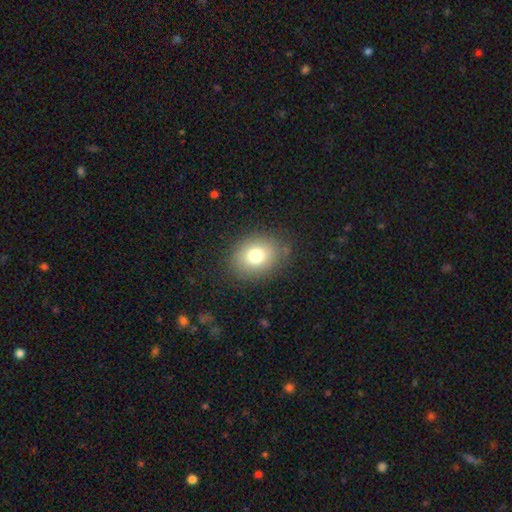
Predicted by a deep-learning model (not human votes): Smooth or featured? smooth (77%)
How rounded? round (50%)
Merging? none (83%)